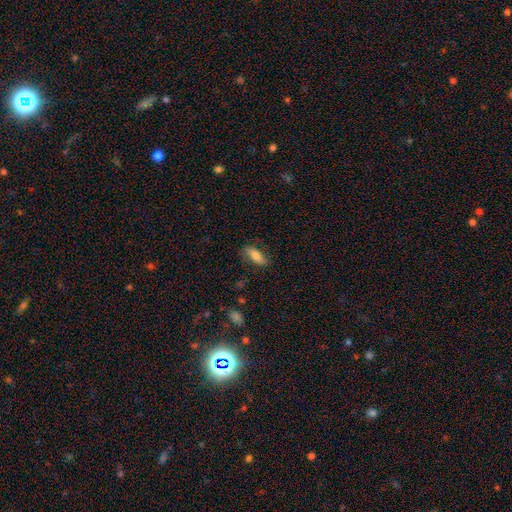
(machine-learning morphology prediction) This appears to be a smooth galaxy with no disk features (71%) that is in between round and cigar-shaped (70%). Merging: none (77%).